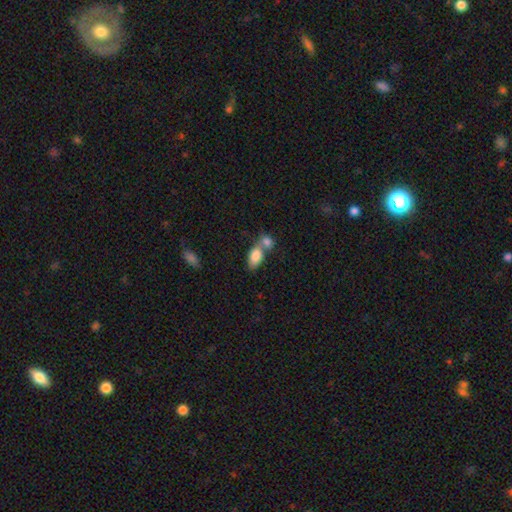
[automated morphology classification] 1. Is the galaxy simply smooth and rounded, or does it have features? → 84% smooth, 9% featured or disk, 7% star or artifact.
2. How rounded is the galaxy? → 89% in between, 8% round, 3% cigar-shaped.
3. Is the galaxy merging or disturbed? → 56% merger, 31% none, 9% minor disturbance, 4% major disturbance.